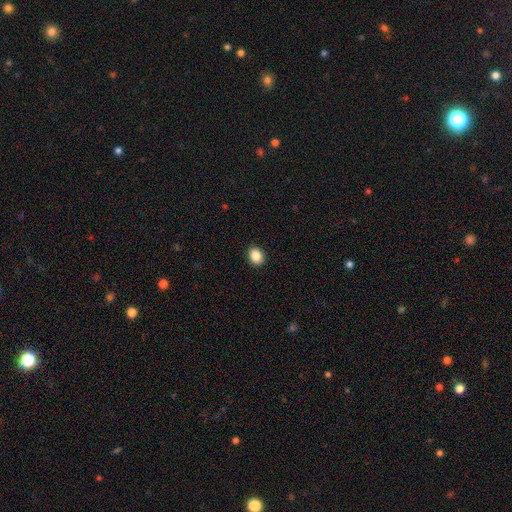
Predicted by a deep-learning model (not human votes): Morphology: type=smooth (87%); roundness=in between (50%); merging=none (92%).